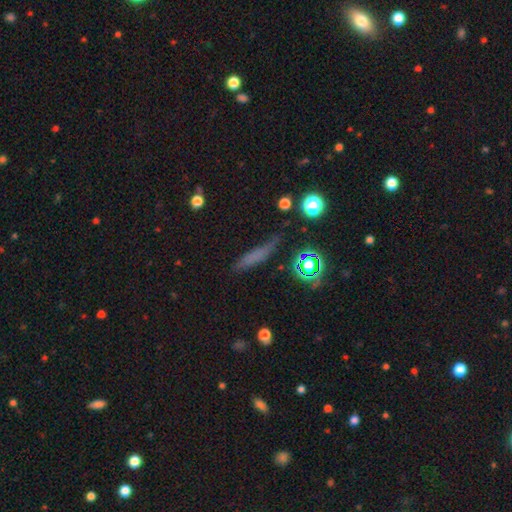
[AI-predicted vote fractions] This is likely a smooth galaxy (60%). How rounded: likely cigar-shaped (80%). Merging: likely none (67%).